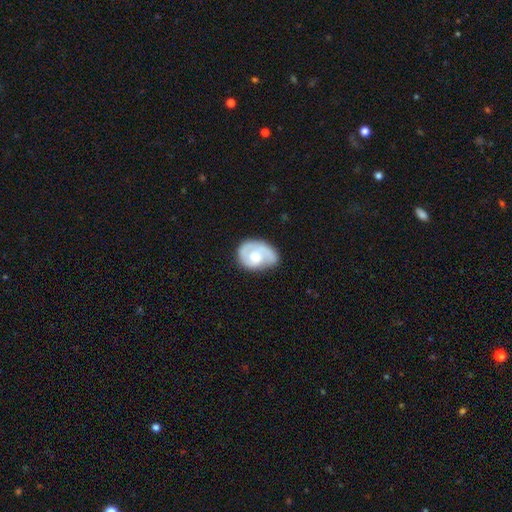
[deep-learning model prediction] featured or disk 66%, smooth 29%, star or artifact 5%. Down the decision tree: edge-on disk — no (97%); bar — no (75%); spiral arms — yes (85%); spiral arm count — 1 (51%); spiral winding — tight (50%); bulge size — moderate (49%); merging — none (53%).